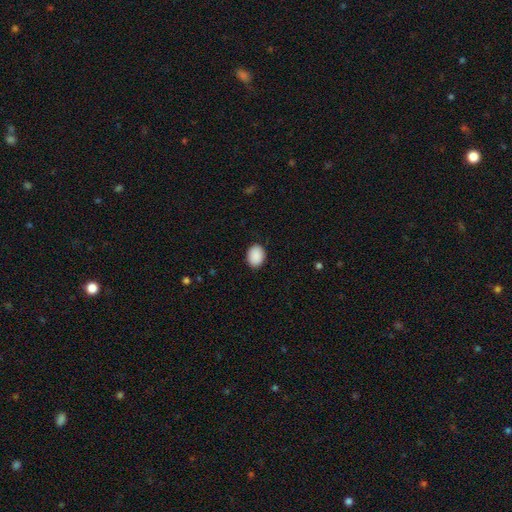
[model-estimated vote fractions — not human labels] Morphology: type=smooth (91%); roundness=in between (69%); merging=none (89%).